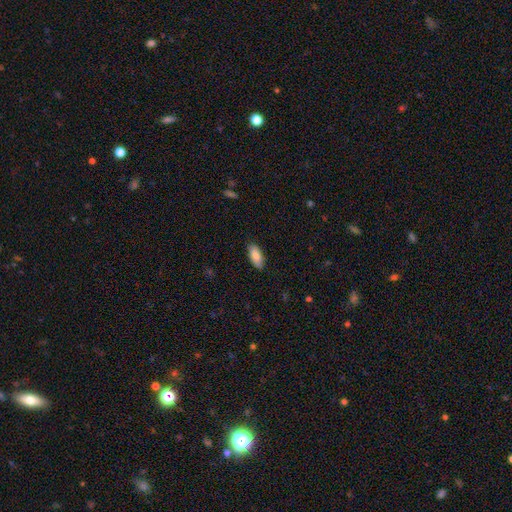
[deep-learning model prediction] This is clearly a smooth galaxy (84%). How rounded: clearly in between (87%). Merging: clearly none (86%).